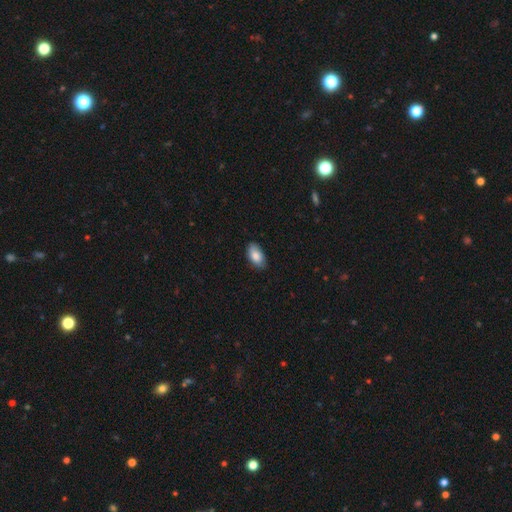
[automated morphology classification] A smooth galaxy with no disk features (86%) that is in between round and cigar-shaped (94%). Merging: none (85%).